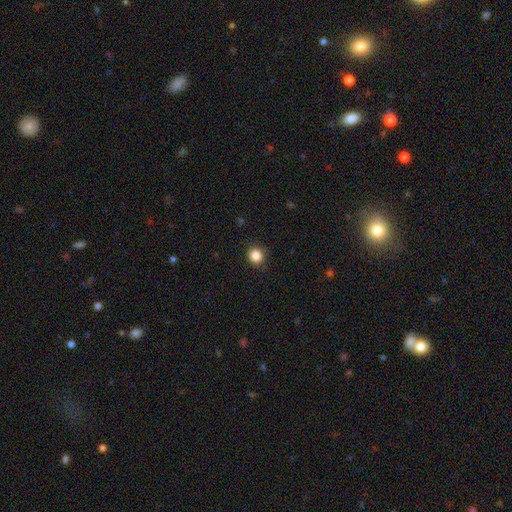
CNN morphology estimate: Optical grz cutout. It shows a smooth galaxy with no disk features (85%) that is round (88%). Merging: none (88%).